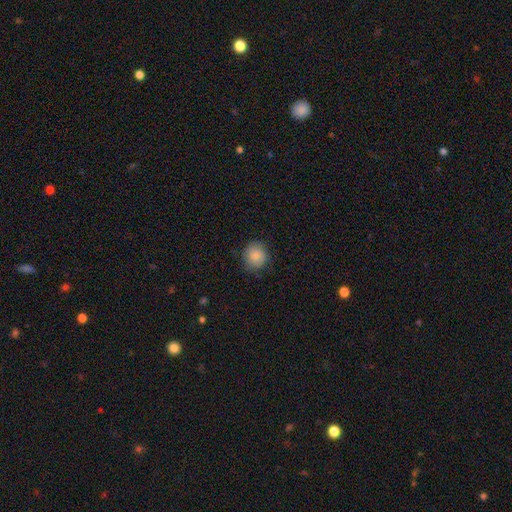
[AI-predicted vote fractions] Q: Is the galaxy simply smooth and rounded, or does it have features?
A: smooth — 86%.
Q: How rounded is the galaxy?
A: round — 85%.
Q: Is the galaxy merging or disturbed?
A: none — 81%.